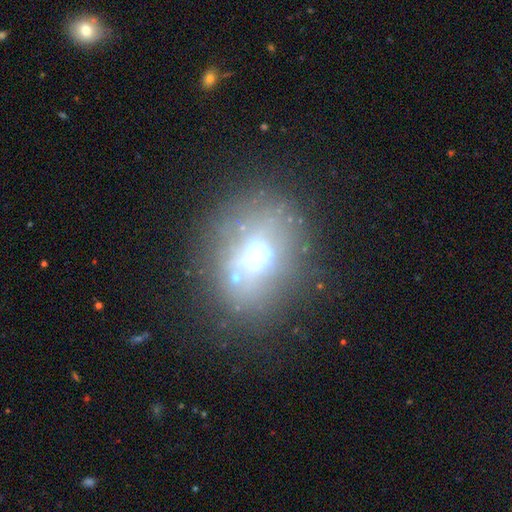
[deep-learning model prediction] Q: Smooth or featured?
A: smooth (46%); runner-up: featured or disk (34%)
Q: Merging?
A: none (64%); runner-up: minor disturbance (16%)